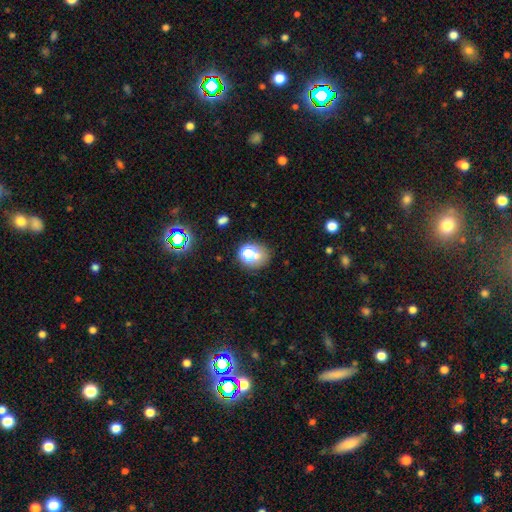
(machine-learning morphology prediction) Overall: smooth (58%; star or artifact 29%). How rounded: round (67%; in between 32%). Merging: none (65%).